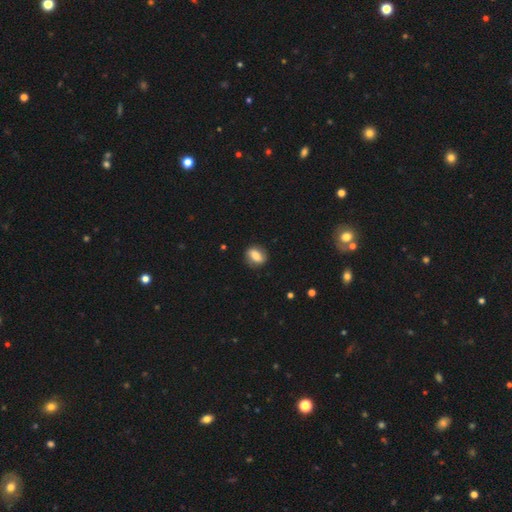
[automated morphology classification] Smooth or featured: smooth — 69% (featured or disk — 23%)
How rounded: in between — 67% (round — 30%)
Merging: none — 83% (minor disturbance — 13%)